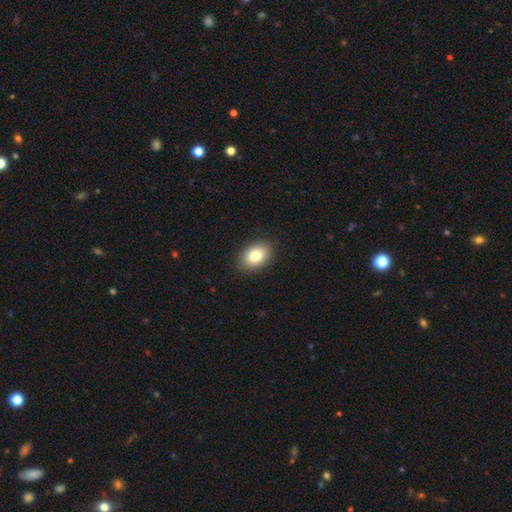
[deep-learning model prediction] The model was most divided on "how rounded": in between: 81%, round: 17%, cigar-shaped: 1%. More confident: merging — none (89%); smooth or featured — smooth (80%).